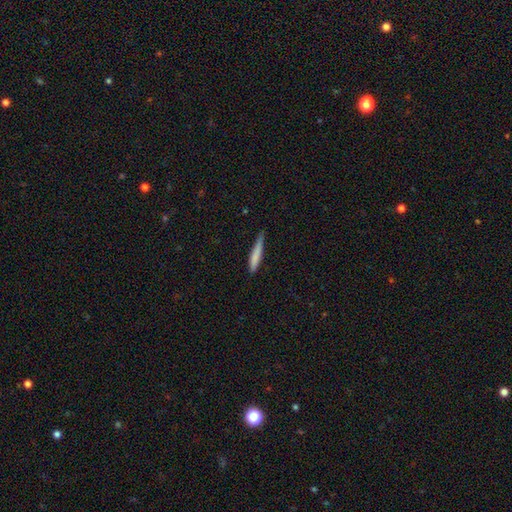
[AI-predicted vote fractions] This appears to be a smooth galaxy with no disk features (76%) that is cigar-shaped (93%). Merging: none (65%).